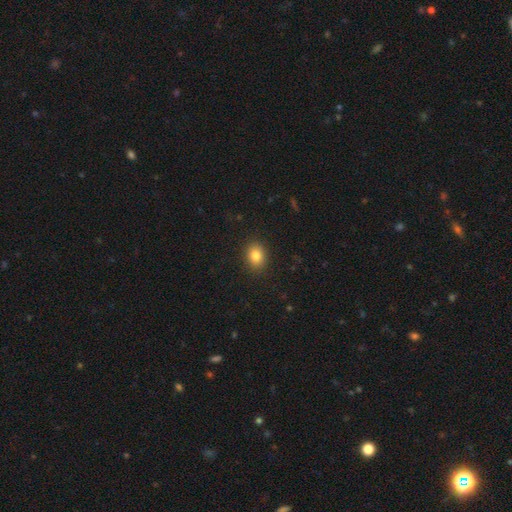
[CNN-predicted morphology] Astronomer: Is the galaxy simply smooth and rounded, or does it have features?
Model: smooth — 83%.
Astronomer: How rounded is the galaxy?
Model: round — 51% (runner-up: in between, 48%).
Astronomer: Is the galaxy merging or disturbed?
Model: none — 89%.